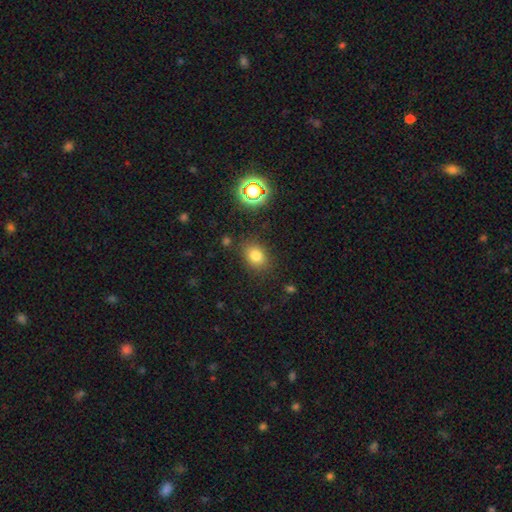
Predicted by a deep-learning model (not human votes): Smooth or featured: smooth — 77% (star or artifact — 15%)
How rounded: in between — 60% (round — 39%)
Merging: none — 82% (minor disturbance — 12%)